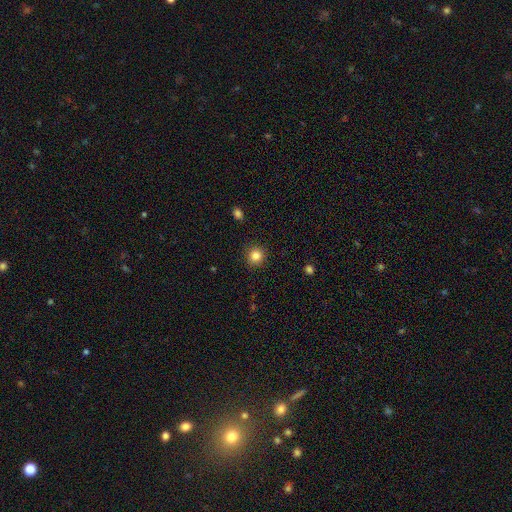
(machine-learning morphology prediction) Q: Smooth or featured?
A: smooth (83%); runner-up: star or artifact (11%)
Q: How rounded?
A: round (92%); runner-up: in between (7%)
Q: Merging?
A: none (90%); runner-up: minor disturbance (7%)